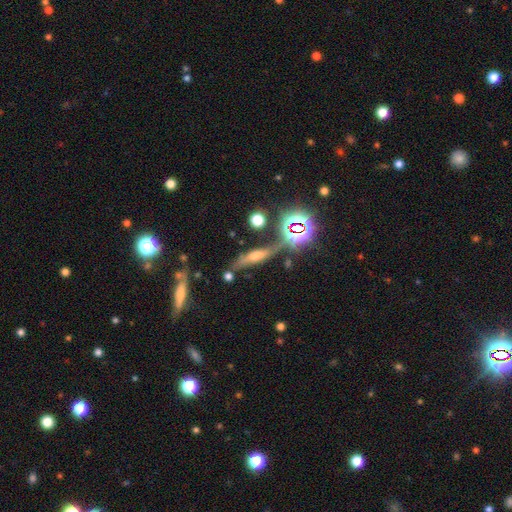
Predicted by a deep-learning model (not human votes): A featured or disk galaxy (45%).

Vote fractions:
- Smooth or featured? featured or disk: 45% / smooth: 28% / star or artifact: 26%
- Merging? none: 66% / minor disturbance: 17% / merger: 10% / major disturbance: 7%